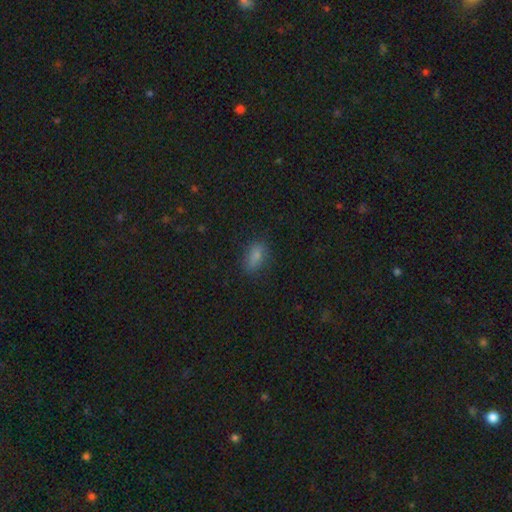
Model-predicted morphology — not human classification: This is likely a smooth galaxy (73%). How rounded: clearly in between (81%). Merging: clearly none (82%).